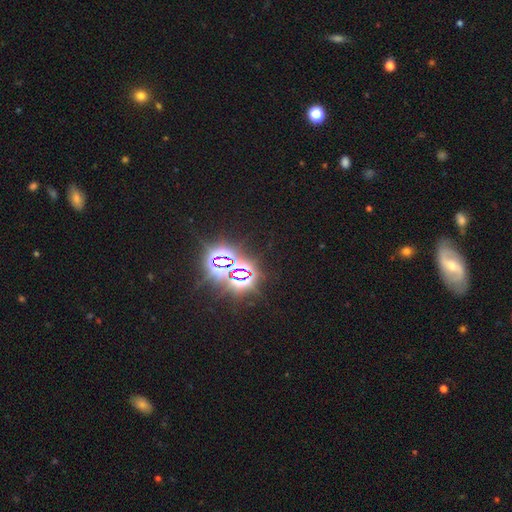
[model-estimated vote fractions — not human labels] Overall: star or artifact (71%).